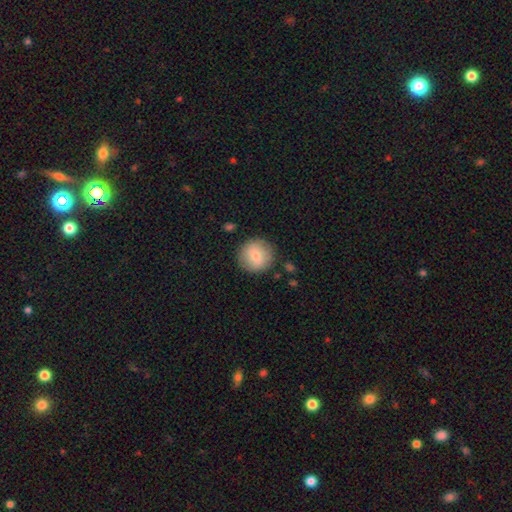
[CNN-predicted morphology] This appears to be a smooth galaxy with no disk features (77%) that is round (94%). Merging: none (86%).